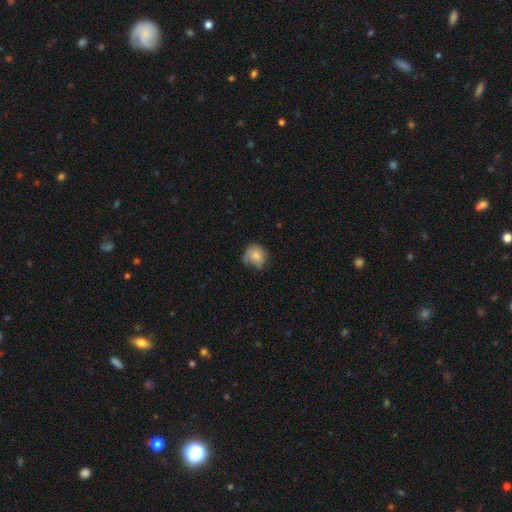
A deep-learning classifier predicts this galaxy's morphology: Q: Smooth or featured?
A: smooth (71%); runner-up: featured or disk (21%)
Q: How rounded?
A: round (74%); runner-up: in between (25%)
Q: Merging?
A: none (51%); runner-up: minor disturbance (32%)